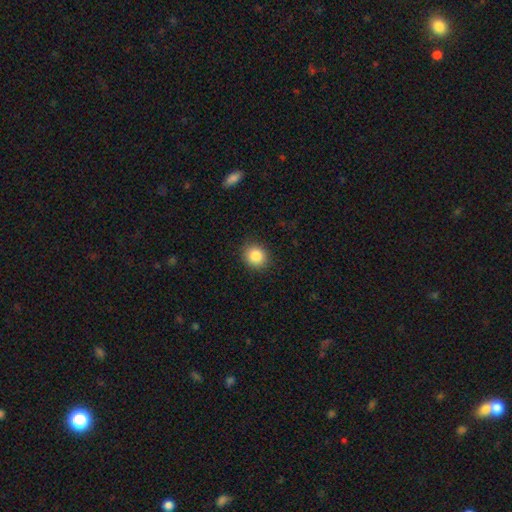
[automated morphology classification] smooth_or_featured: smooth (p=0.86) [alt: star or artifact p=0.09]
how_rounded: round (p=0.80) [alt: in between p=0.19]
merging: none (p=0.89) [alt: minor disturbance p=0.07]